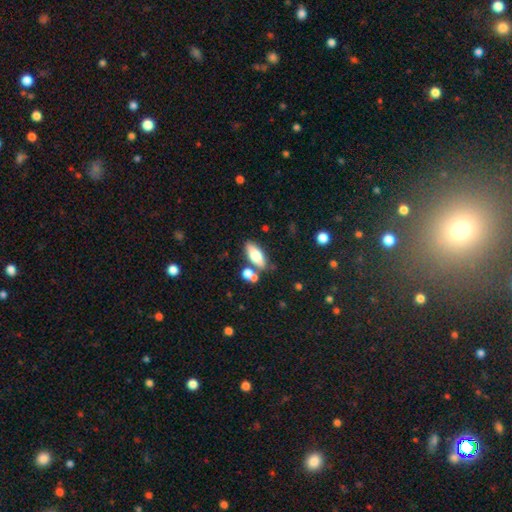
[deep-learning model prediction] Smooth or featured?
  - smooth: 70% *
  - featured or disk: 23%
  - star or artifact: 7%
How rounded?
  - in between: 75% *
  - cigar-shaped: 22%
  - round: 4%
Merging?
  - none: 65% *
  - merger: 19%
  - minor disturbance: 12%
  - major disturbance: 4%